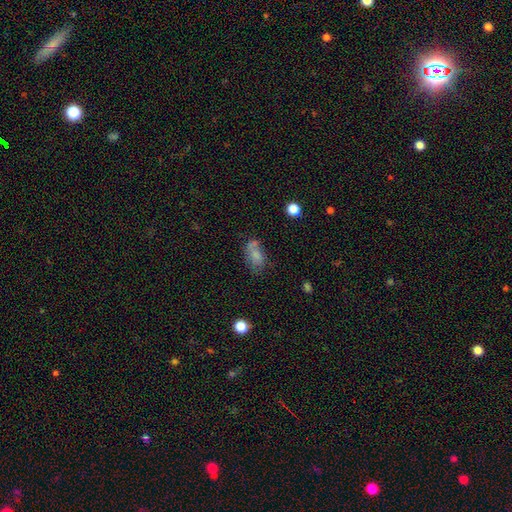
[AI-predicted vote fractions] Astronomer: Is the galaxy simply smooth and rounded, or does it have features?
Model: smooth — 70%.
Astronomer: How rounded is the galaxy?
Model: in between — 88%.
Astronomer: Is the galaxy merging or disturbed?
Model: none — 43% (runner-up: minor disturbance, 25%).